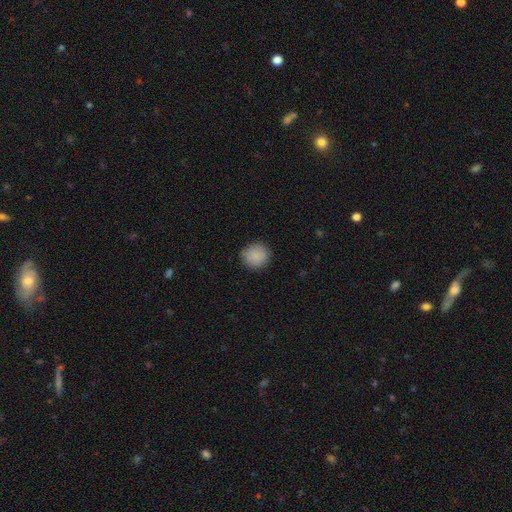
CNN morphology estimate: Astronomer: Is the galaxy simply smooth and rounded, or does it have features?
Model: smooth — 88%.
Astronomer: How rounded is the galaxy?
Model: round — 90%.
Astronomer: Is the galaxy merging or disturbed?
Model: none — 89%.